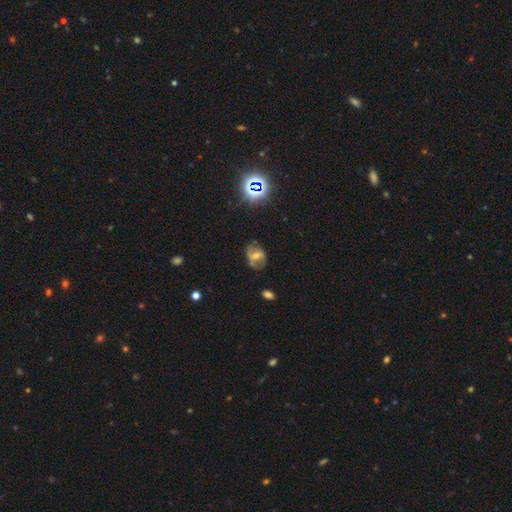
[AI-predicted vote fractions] smooth_or_featured: featured or disk (p=0.59) [alt: smooth p=0.26]
disk_edge_on: no (p=0.95) [alt: yes p=0.05]
bar: weak (p=0.40) [alt: strong p=0.36]
has_spiral_arms: yes (p=0.71) [alt: no p=0.29]
bulge_size: moderate (p=0.49) [alt: small p=0.42]
merging: none (p=0.69) [alt: minor disturbance p=0.20]